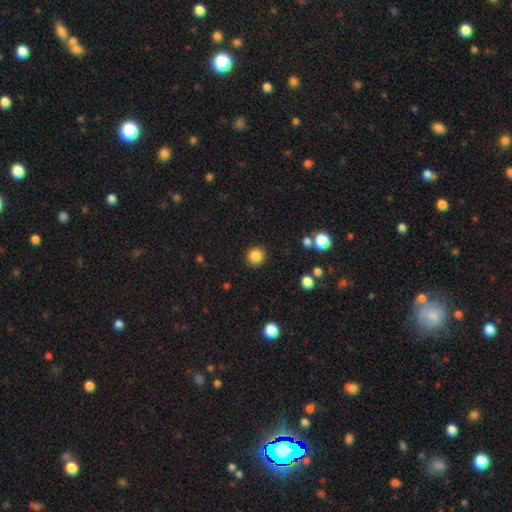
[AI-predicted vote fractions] Smooth or featured? Predicted: smooth (p=0.85). How rounded? Predicted: round (p=0.90). Merging? Predicted: none (p=0.90).